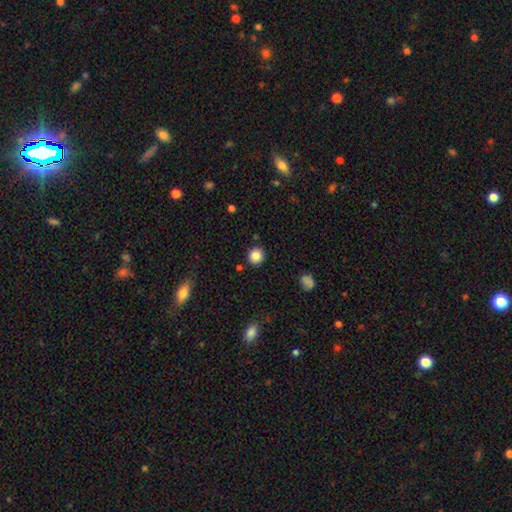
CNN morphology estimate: This is clearly a smooth galaxy (85%). How rounded: clearly round (91%). Merging: clearly none (89%).